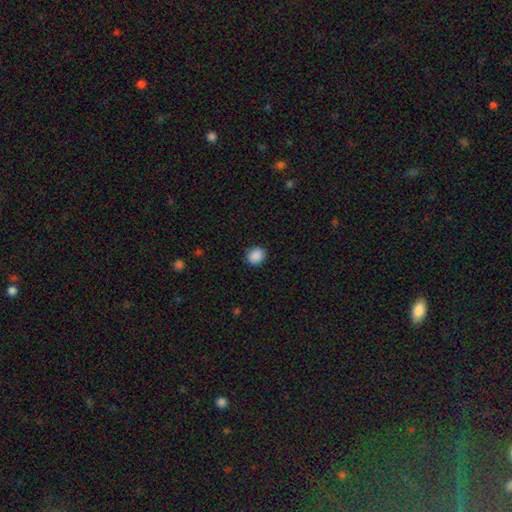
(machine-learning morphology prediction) This is clearly a smooth galaxy (89%). How rounded: likely round (73%). Merging: clearly none (90%).